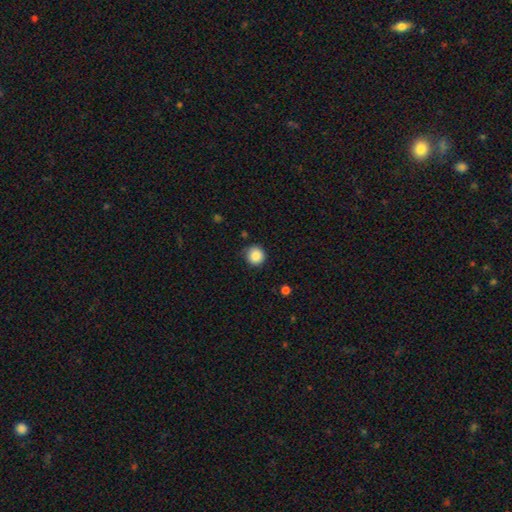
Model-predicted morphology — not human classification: This appears to be a smooth galaxy with no disk features (87%) that is round (94%). Merging: none (85%).